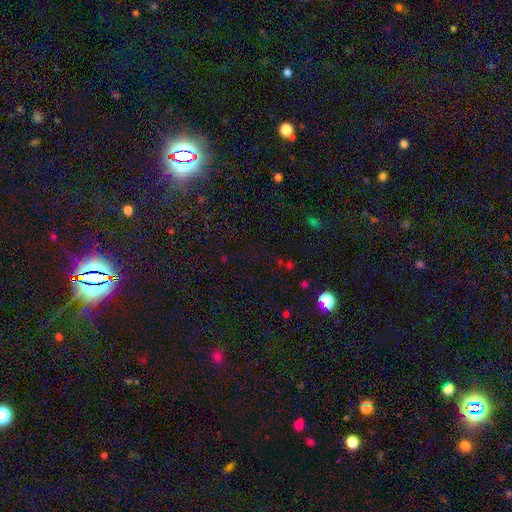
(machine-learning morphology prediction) smooth_or_featured: star or artifact (p=0.65) [alt: smooth p=0.27]